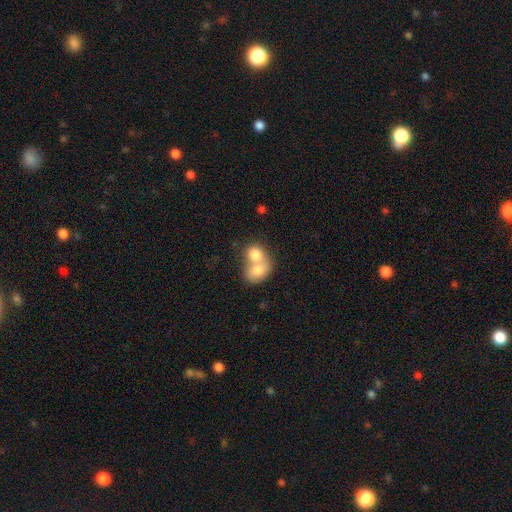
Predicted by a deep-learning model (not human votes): Overall: smooth (76%). How rounded: in between (50%; round 49%). Merging: merger (75%).